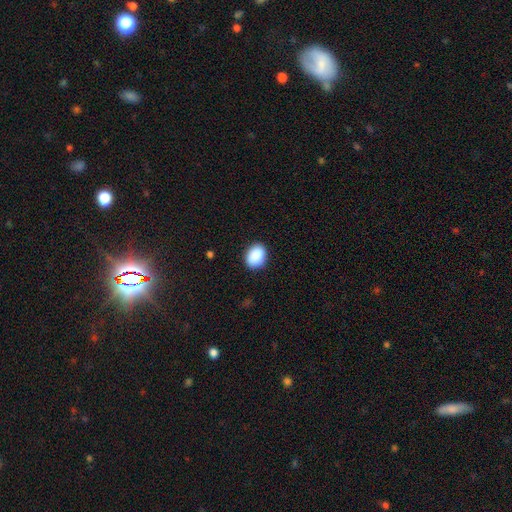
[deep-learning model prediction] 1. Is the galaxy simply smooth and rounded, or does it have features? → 90% smooth, 7% star or artifact, 3% featured or disk.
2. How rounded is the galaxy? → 69% in between, 30% round, 1% cigar-shaped.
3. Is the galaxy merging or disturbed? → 88% none, 9% minor disturbance, 2% major disturbance, 1% merger.